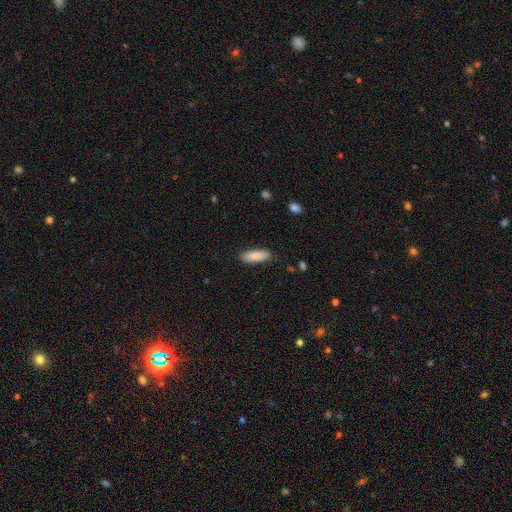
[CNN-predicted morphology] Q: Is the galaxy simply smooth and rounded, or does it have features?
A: smooth — 89%.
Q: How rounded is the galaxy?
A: in between — 64%.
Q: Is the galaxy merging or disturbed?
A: none — 88%.